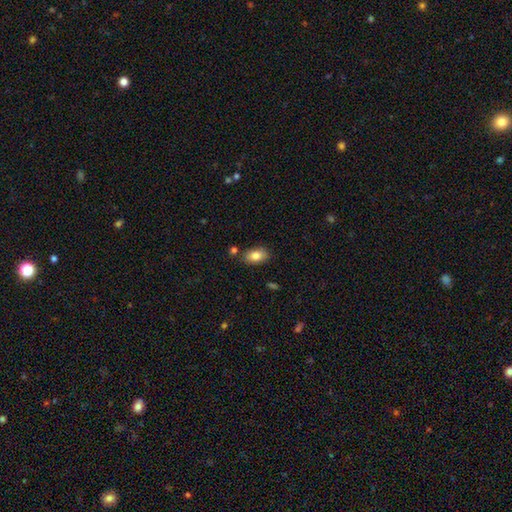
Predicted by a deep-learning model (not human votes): Smooth or featured: smooth — 83% (featured or disk — 9%)
How rounded: in between — 90% (round — 8%)
Merging: none — 81% (minor disturbance — 12%)